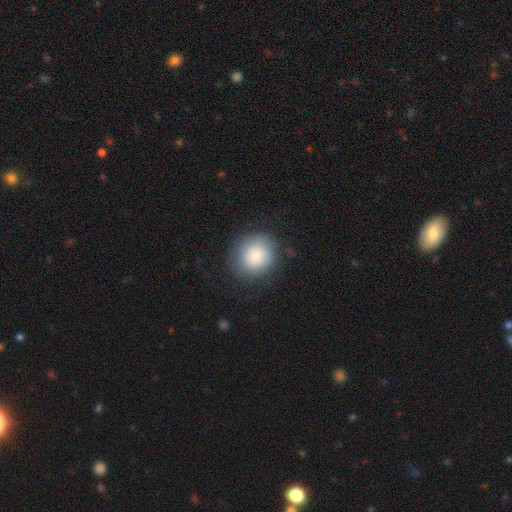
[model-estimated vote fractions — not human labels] Overall: smooth (83%). How rounded: round (87%). Merging: none (81%).